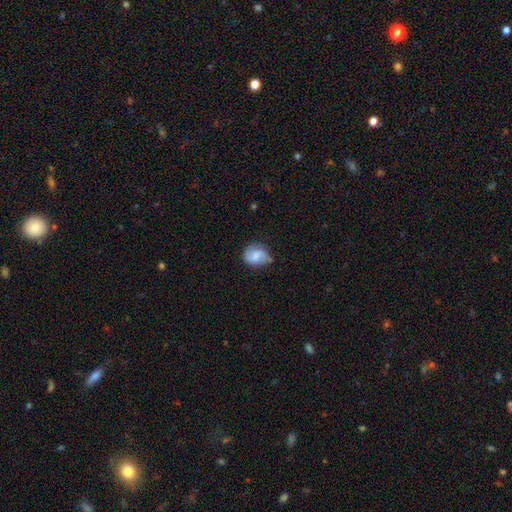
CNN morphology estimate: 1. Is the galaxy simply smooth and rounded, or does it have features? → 59% smooth, 34% featured or disk, 8% star or artifact.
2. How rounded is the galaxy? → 61% round, 38% in between, 1% cigar-shaped.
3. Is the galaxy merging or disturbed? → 60% none, 30% minor disturbance, 7% major disturbance, 2% merger.